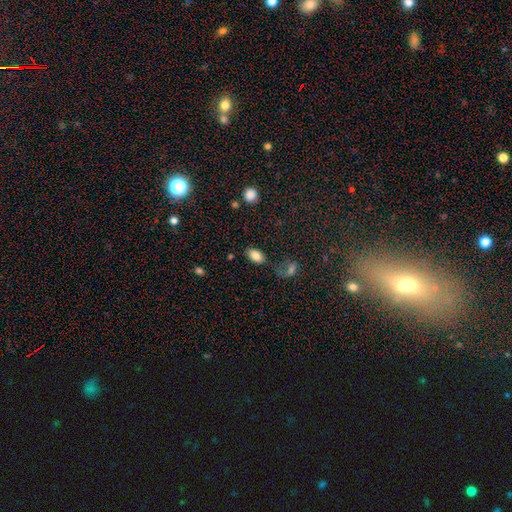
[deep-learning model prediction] Smooth or featured? smooth (84%)
How rounded? in between (92%)
Merging? none (76%)